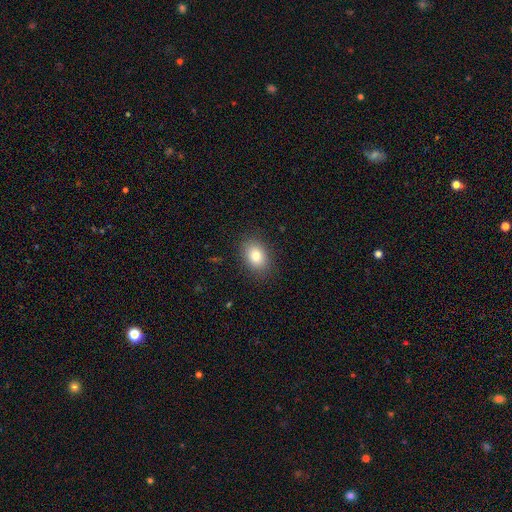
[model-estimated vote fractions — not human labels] A smooth galaxy with no disk features (83%) that is in between round and cigar-shaped (76%).

Vote fractions:
- Smooth or featured? smooth: 83% / star or artifact: 9% / featured or disk: 8%
- How rounded? in between: 76% / round: 23% / cigar-shaped: 1%
- Merging? none: 87% / minor disturbance: 9% / major disturbance: 3% / merger: 1%